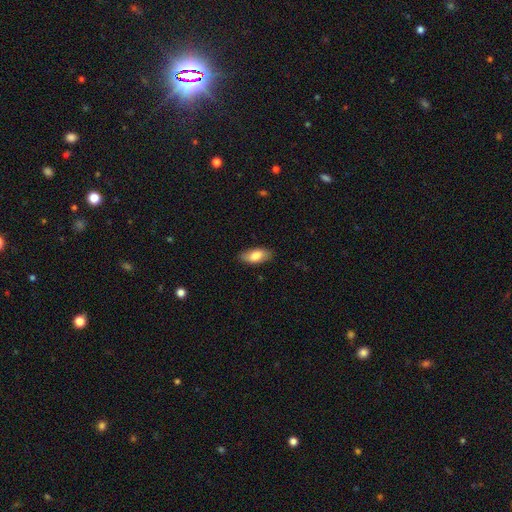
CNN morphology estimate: smooth_or_featured: smooth (p=0.79) [alt: featured or disk p=0.15]
how_rounded: in between (p=0.89) [alt: cigar-shaped p=0.09]
merging: none (p=0.85) [alt: minor disturbance p=0.11]